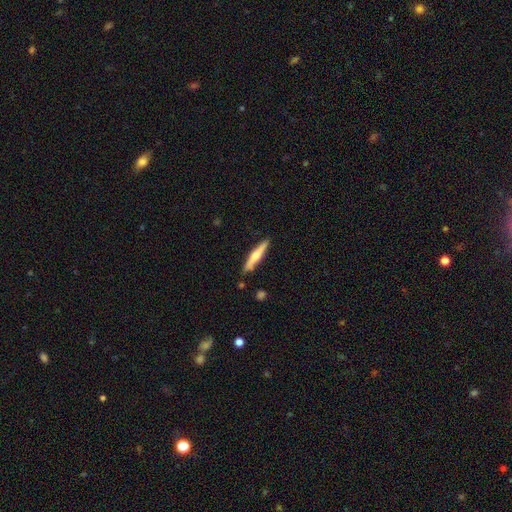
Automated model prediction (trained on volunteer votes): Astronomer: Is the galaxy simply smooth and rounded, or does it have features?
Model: smooth — 50% (runner-up: featured or disk, 44%).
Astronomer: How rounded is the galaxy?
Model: cigar-shaped — 91%.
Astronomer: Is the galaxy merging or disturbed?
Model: none — 86%.